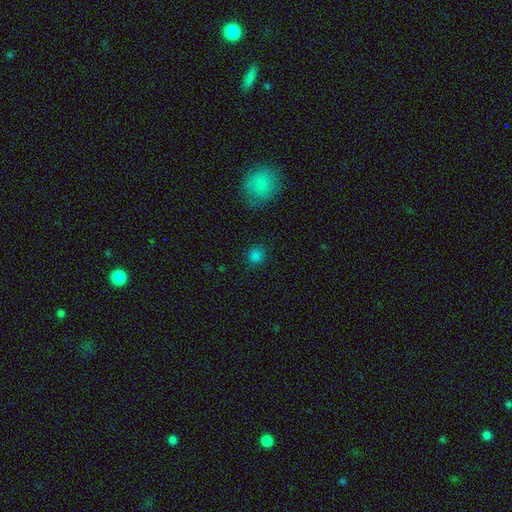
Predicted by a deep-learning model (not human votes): Smooth or featured? smooth (80%)
How rounded? round (82%)
Merging? none (85%)